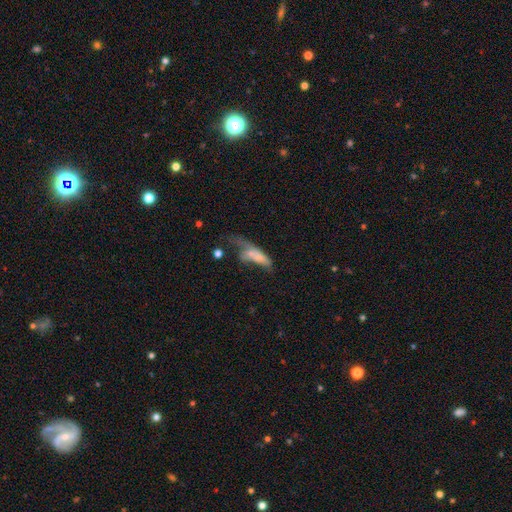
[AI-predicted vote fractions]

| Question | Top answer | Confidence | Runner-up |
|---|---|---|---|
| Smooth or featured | smooth | 59% | featured or disk (31%) |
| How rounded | in between | 57% | cigar-shaped (39%) |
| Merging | major disturbance | 43% | merger (24%) |